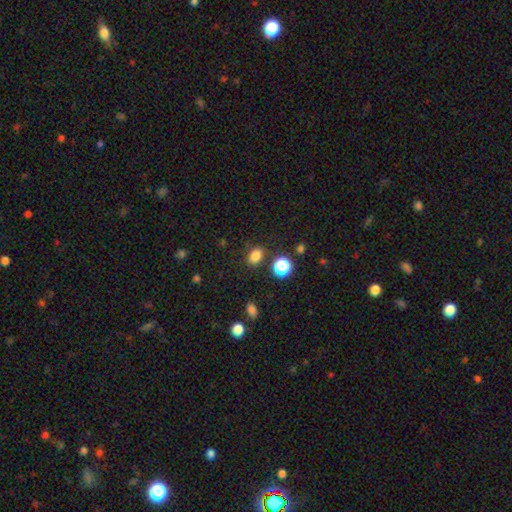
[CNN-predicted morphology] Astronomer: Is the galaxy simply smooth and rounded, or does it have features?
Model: smooth — 80%.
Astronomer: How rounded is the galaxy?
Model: in between — 66%.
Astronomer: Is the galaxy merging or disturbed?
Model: none — 82%.